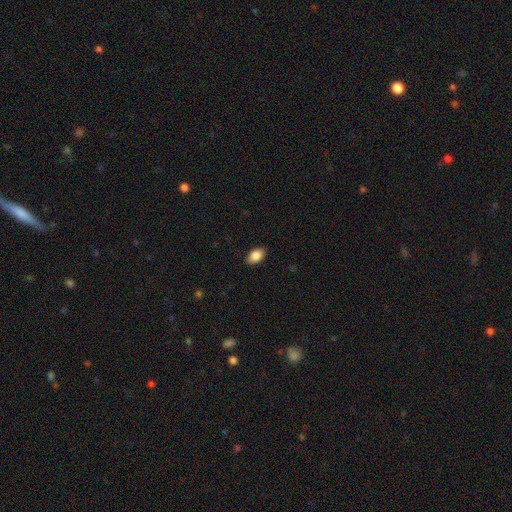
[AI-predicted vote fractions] Smooth or featured: smooth — 88% (star or artifact — 7%)
How rounded: in between — 91% (round — 7%)
Merging: none — 89% (minor disturbance — 9%)